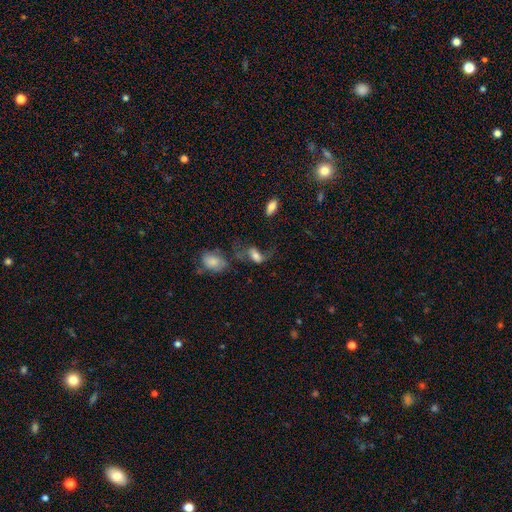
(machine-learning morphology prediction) The model was most divided on "merging": major disturbance: 39%, none: 28%, minor disturbance: 18%, merger: 15%. More confident: how rounded — in between (85%); smooth or featured — smooth (53%).